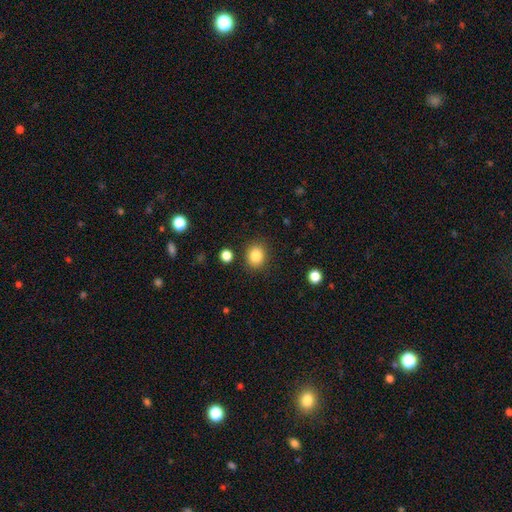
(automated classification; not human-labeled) Smooth or featured?
  - smooth: 85% *
  - star or artifact: 10%
  - featured or disk: 5%
How rounded?
  - round: 65% *
  - in between: 35%
  - cigar-shaped: 1%
Merging?
  - none: 86% *
  - minor disturbance: 8%
  - major disturbance: 3%
  - merger: 2%